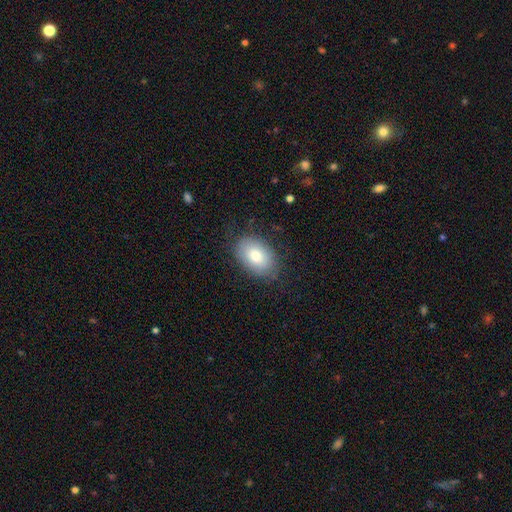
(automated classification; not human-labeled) Morphology: type=smooth (77%); roundness=in between (86%); merging=none (80%).